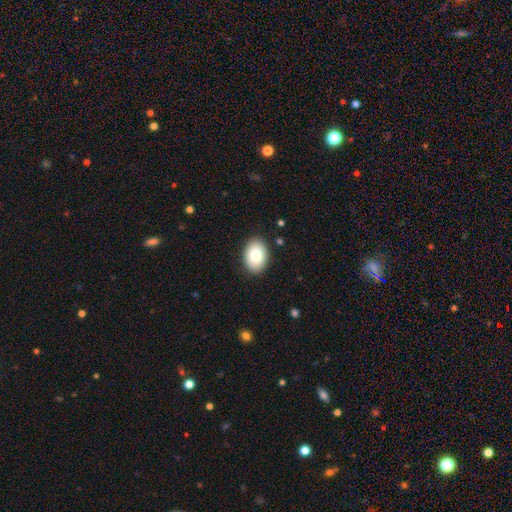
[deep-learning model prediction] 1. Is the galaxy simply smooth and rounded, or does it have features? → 79% smooth, 13% featured or disk, 7% star or artifact.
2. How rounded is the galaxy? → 79% in between, 21% round, 1% cigar-shaped.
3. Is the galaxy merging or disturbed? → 89% none, 8% minor disturbance, 2% major disturbance, 1% merger.